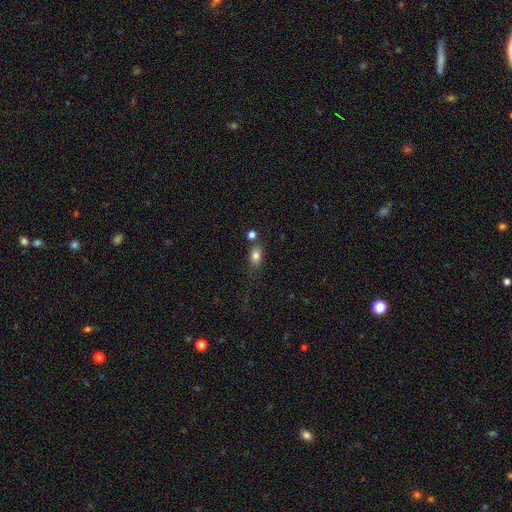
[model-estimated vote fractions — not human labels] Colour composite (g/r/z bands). It shows a smooth galaxy with no disk features (80%) that is in between round and cigar-shaped (76%). Merging: none (61%).